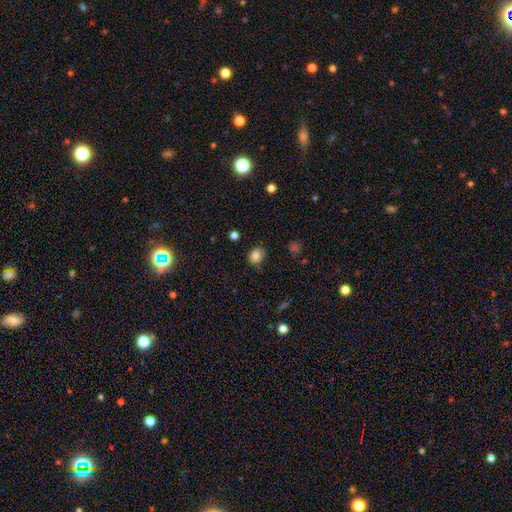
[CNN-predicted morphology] Overall: smooth (83%). How rounded: round (63%; in between 36%). Merging: none (77%).